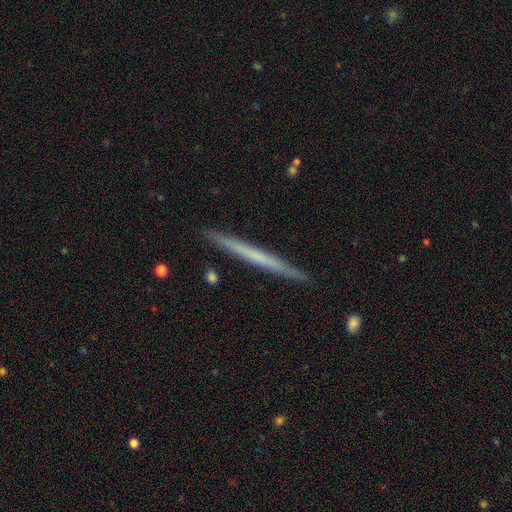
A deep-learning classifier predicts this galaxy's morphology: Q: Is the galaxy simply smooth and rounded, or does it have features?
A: smooth — 48%.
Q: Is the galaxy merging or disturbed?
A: none — 92%.